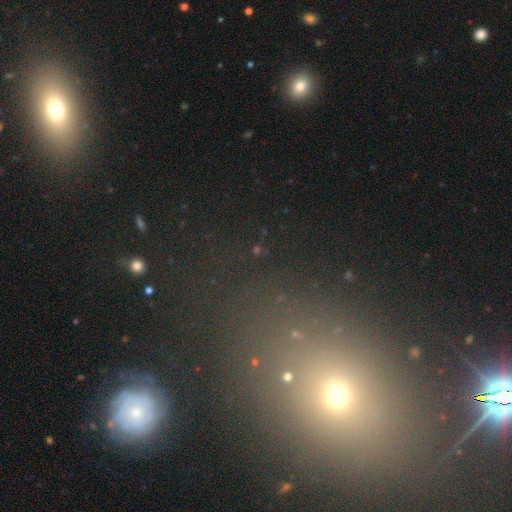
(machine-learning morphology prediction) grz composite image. It shows a star or artifact, not a galaxy (45%).